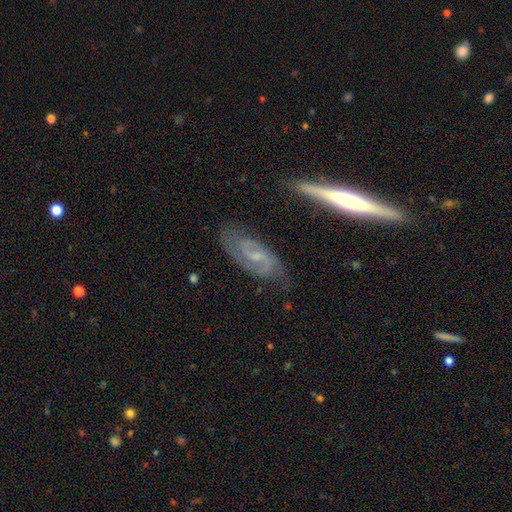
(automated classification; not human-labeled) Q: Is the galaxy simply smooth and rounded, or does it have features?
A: featured or disk — 86%.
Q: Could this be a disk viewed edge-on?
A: no — 92%.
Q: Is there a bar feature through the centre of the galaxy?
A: weak — 48%.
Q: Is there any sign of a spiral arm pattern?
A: yes — 97%.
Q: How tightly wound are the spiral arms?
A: medium — 45%.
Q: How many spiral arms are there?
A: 2 — 86%.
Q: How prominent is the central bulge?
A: small — 63%.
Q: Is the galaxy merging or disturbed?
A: none — 78%.